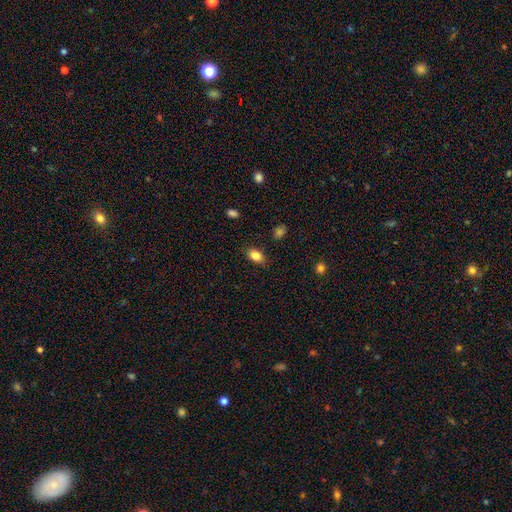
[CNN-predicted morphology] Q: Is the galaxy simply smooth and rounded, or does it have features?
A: smooth — 85%.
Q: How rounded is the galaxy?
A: in between — 83%.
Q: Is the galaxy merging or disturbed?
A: none — 84%.